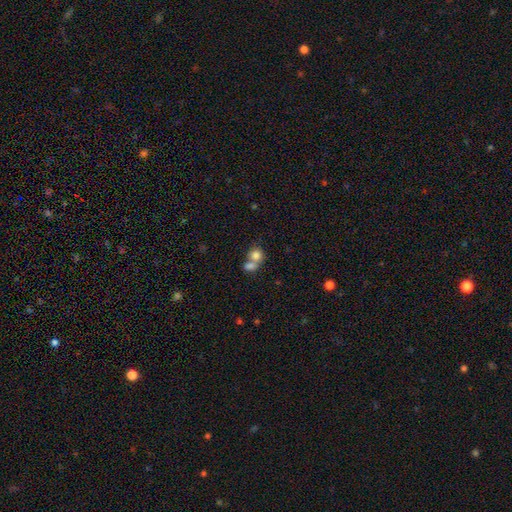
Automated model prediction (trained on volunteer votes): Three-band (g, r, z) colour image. It shows a smooth galaxy with no disk features (78%) that is round (73%). Merging: merger (62%).